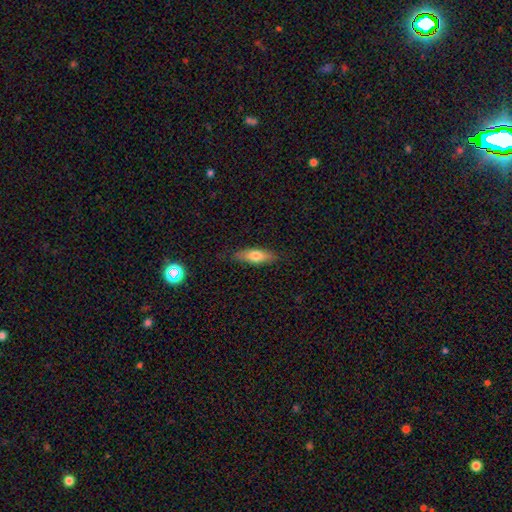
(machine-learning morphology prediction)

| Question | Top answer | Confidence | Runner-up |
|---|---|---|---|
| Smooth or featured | smooth | 66% | featured or disk (28%) |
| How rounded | in between | 50% | cigar-shaped (48%) |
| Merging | none | 84% | minor disturbance (12%) |